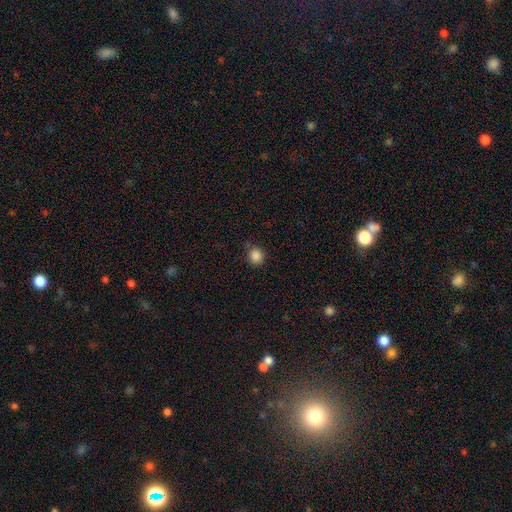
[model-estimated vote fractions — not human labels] Q: Smooth or featured?
A: smooth (85%); runner-up: star or artifact (11%)
Q: How rounded?
A: round (89%); runner-up: in between (10%)
Q: Merging?
A: none (76%); runner-up: minor disturbance (18%)